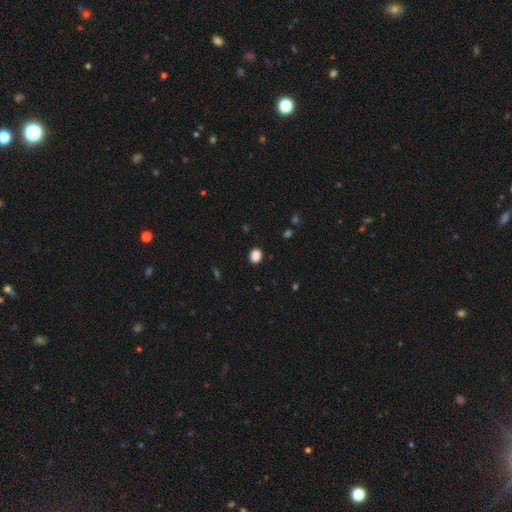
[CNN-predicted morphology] Smooth or featured?
  - smooth: 87% *
  - star or artifact: 10%
  - featured or disk: 3%
How rounded?
  - round: 53% *
  - in between: 46%
  - cigar-shaped: 1%
Merging?
  - none: 89% *
  - minor disturbance: 8%
  - major disturbance: 2%
  - merger: 1%